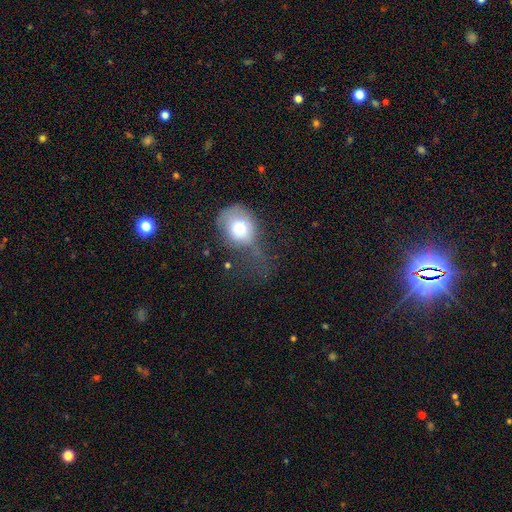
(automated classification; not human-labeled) This appears to be a smooth galaxy with no disk features (53%) that is round (63%). Merging: major disturbance (44%).